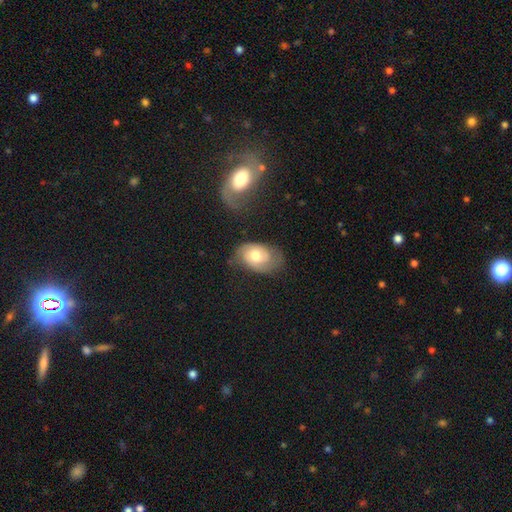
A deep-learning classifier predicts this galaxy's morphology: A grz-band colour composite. It shows a featured or disk galaxy (62%) with no bar (70%), spiral arms (83%) and a moderate central bulge (72%). Merging: none (60%).